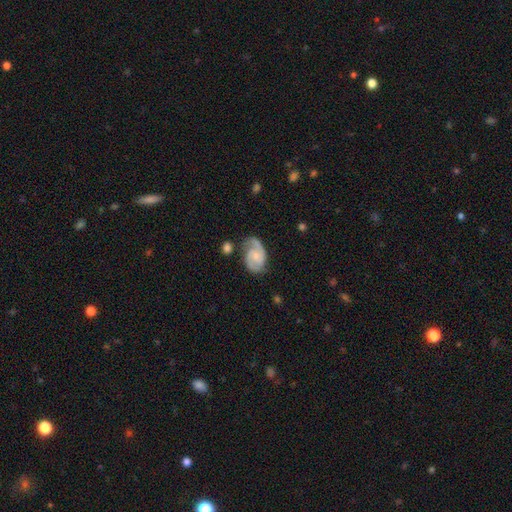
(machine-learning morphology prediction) Smooth or featured: featured or disk — 79% (smooth — 16%)
Edge-on disk: no — 98% (yes — 2%)
Bar: no — 56% (weak — 38%)
Spiral arms: yes — 95% (no — 5%)
Spiral winding: medium — 48% (tight — 35%)
Spiral arm count: 2 — 79% (1 — 10%)
Bulge size: small — 55% (moderate — 26%)
Merging: none — 60% (minor disturbance — 24%)